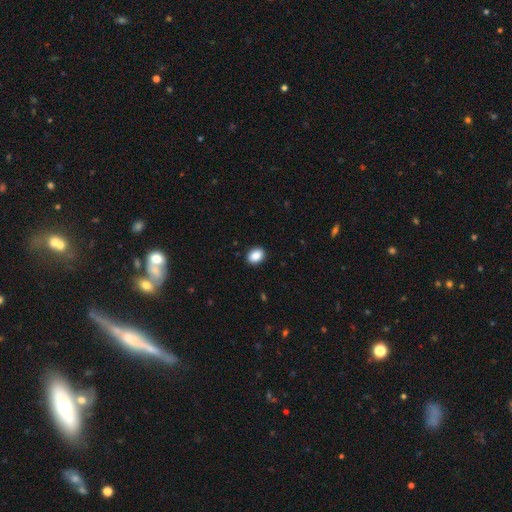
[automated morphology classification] Smooth or featured? Predicted: smooth (p=0.90). How rounded? Predicted: in between (p=0.67). Merging? Predicted: none (p=0.90).